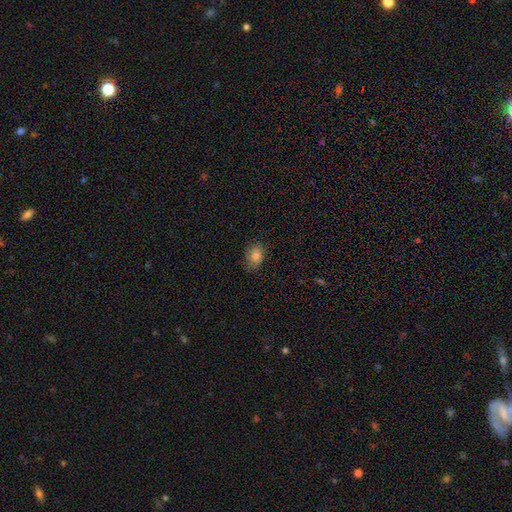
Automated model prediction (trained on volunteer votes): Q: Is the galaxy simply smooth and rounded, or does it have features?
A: smooth — 74%.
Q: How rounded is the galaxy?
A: in between — 66%.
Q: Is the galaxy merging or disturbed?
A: none — 77%.